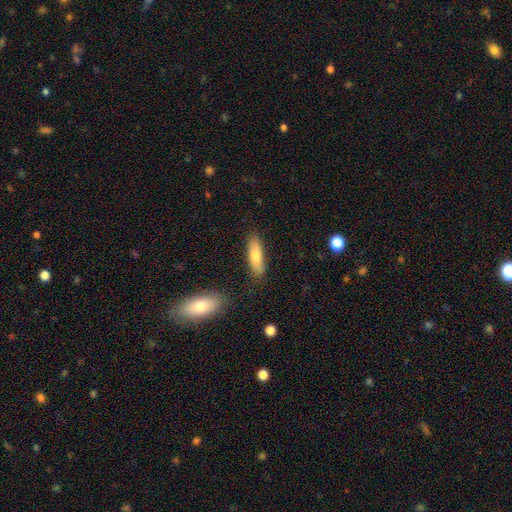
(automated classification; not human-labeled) This appears to be a smooth galaxy with no disk features (80%) that is cigar-shaped (57%). Merging: none (82%).